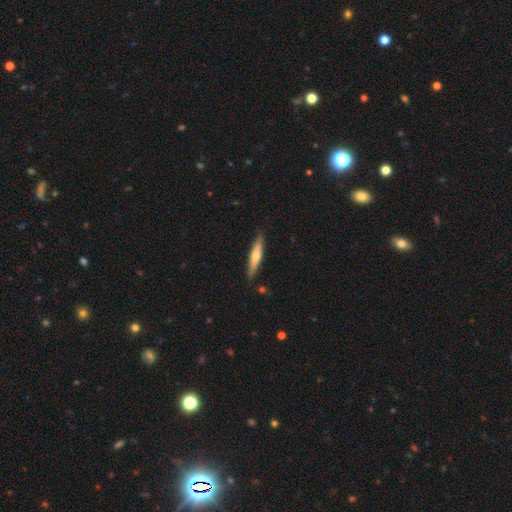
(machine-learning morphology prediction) Smooth or featured: smooth — 54% (featured or disk — 40%)
How rounded: cigar-shaped — 83% (in between — 15%)
Merging: none — 85% (minor disturbance — 11%)